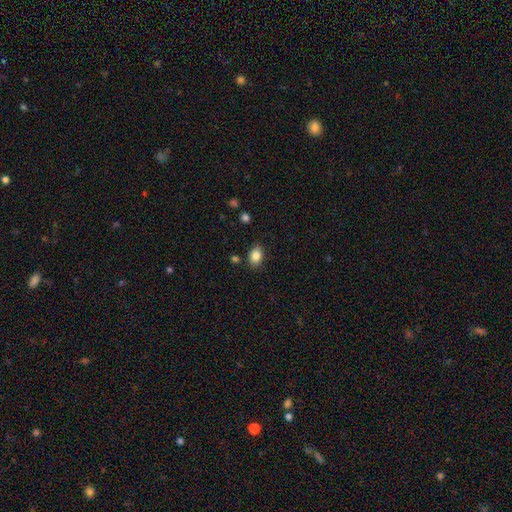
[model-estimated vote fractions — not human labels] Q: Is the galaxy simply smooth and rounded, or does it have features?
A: smooth — 85%.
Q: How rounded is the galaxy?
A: in between — 78%.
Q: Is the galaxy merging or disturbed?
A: none — 83%.